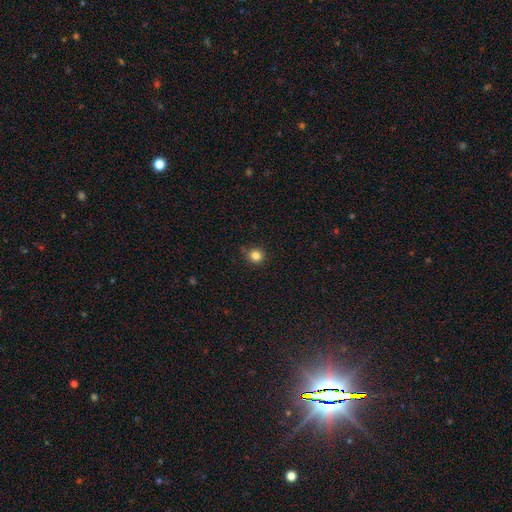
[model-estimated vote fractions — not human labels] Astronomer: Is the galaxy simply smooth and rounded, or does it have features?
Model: smooth — 83%.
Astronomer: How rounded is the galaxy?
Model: round — 91%.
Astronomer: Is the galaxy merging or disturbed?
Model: none — 84%.